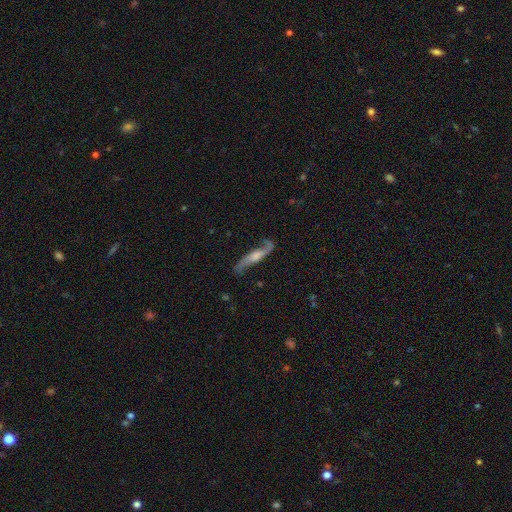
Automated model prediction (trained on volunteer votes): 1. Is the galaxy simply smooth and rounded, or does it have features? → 81% featured or disk, 13% smooth, 5% star or artifact.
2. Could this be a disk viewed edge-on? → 66% no, 34% yes.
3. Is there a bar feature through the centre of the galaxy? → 51% no, 32% weak, 17% strong.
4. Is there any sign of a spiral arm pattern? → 95% yes, 5% no.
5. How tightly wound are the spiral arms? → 72% loose, 21% medium, 7% tight.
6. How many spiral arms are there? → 92% 2, 3% can't tell, 2% 1, 1% 3, 1% 4, 1% more than 4.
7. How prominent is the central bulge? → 46% moderate, 25% small, 15% large, 11% none, 2% dominant.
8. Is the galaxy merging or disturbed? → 77% none, 16% minor disturbance, 6% major disturbance, 2% merger.